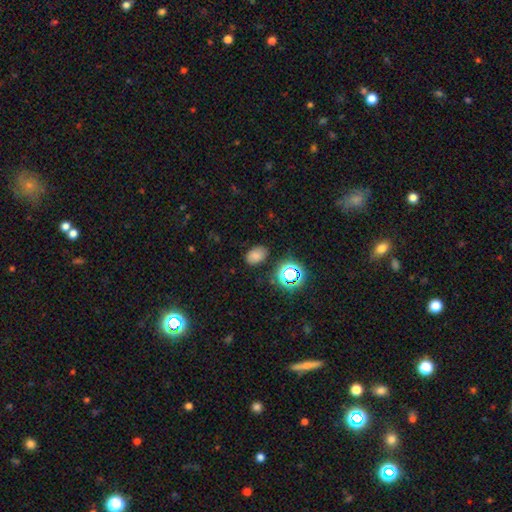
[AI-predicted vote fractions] The model was most divided on "smooth or featured": smooth: 73%, star or artifact: 19%, featured or disk: 7%. More confident: how rounded — in between (80%); merging — none (80%).